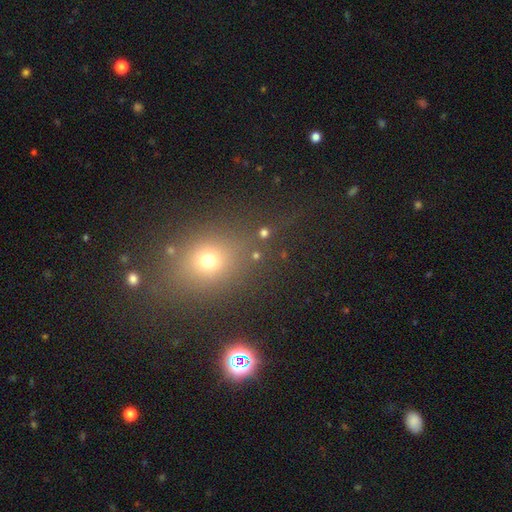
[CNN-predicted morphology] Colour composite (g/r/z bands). It shows a smooth galaxy with no disk features (56%) that is round (64%). Merging: none (75%).